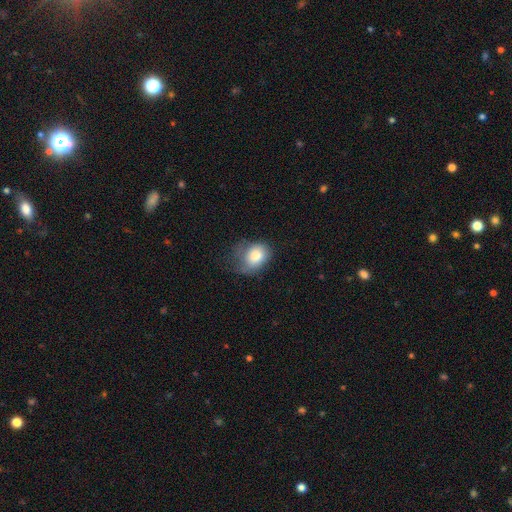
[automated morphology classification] smooth 79%, featured or disk 13%, star or artifact 8%. Down the decision tree: how rounded — in between (60%); merging — minor disturbance (38%).